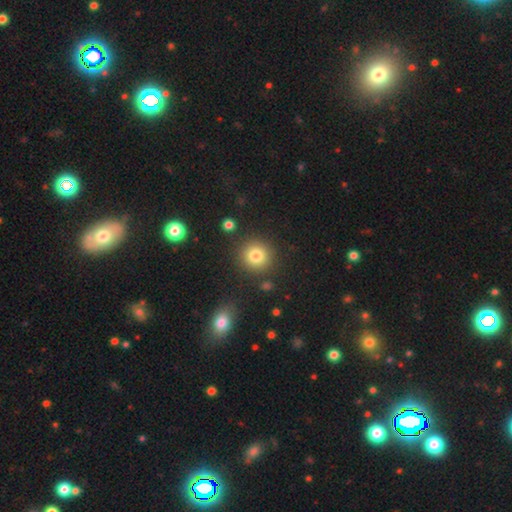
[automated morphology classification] smooth 81%, star or artifact 12%, featured or disk 7%. Down the decision tree: how rounded — round (93%); merging — none (87%).